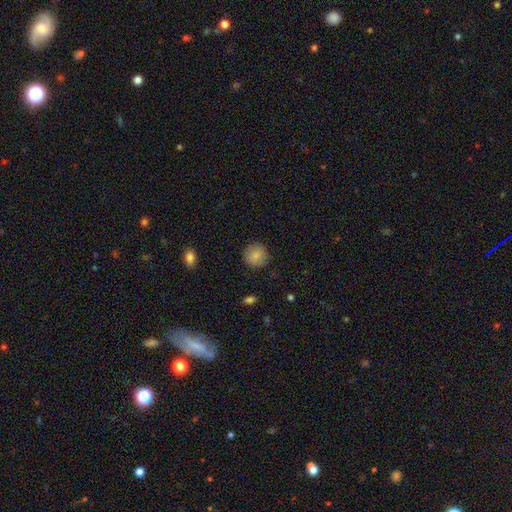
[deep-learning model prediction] This is clearly a smooth galaxy (85%). How rounded: clearly round (92%). Merging: clearly none (87%).